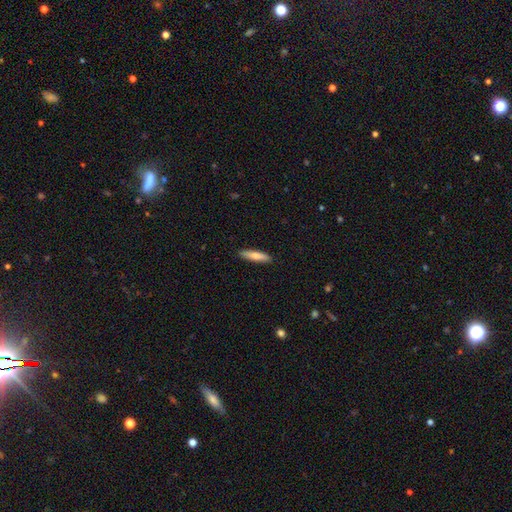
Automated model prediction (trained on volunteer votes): smooth 73%, featured or disk 21%, star or artifact 6%. Down the decision tree: how rounded — cigar-shaped (79%); merging — none (89%).